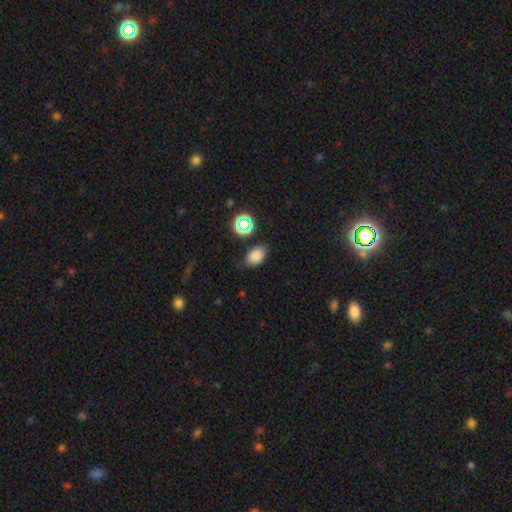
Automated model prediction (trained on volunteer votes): Smooth or featured? smooth (79%)
How rounded? in between (79%)
Merging? none (74%)